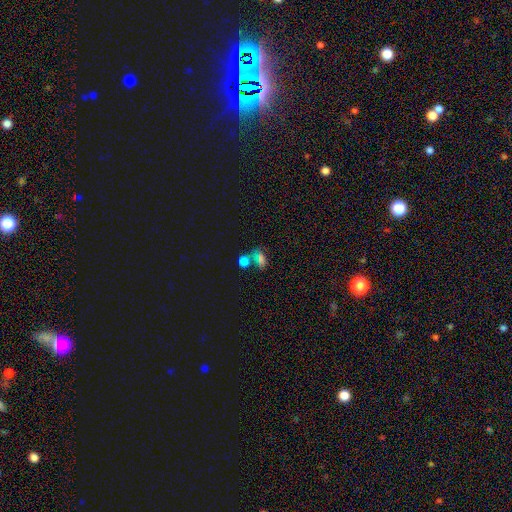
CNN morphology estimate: The model was most divided on "merging": none: 46%, merger: 37%, minor disturbance: 10%, major disturbance: 6%. More confident: how rounded — in between (68%); smooth or featured — smooth (53%).